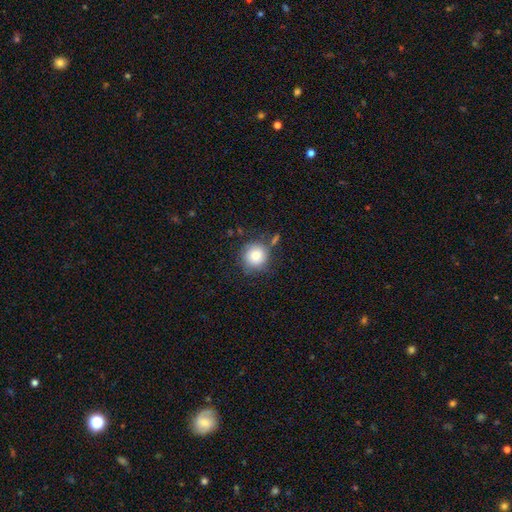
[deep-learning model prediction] Q: Smooth or featured?
A: smooth (80%); runner-up: featured or disk (11%)
Q: How rounded?
A: round (93%); runner-up: in between (6%)
Q: Merging?
A: none (70%); runner-up: minor disturbance (17%)